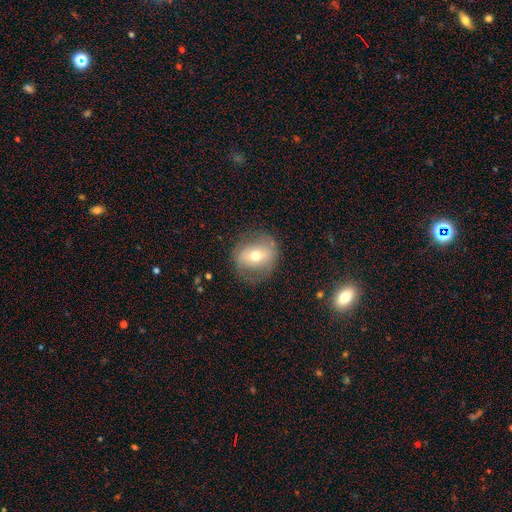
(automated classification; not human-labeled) smooth_or_featured: smooth (p=0.51) [alt: featured or disk p=0.41]
how_rounded: round (p=0.62) [alt: in between p=0.37]
merging: none (p=0.69) [alt: minor disturbance p=0.19]